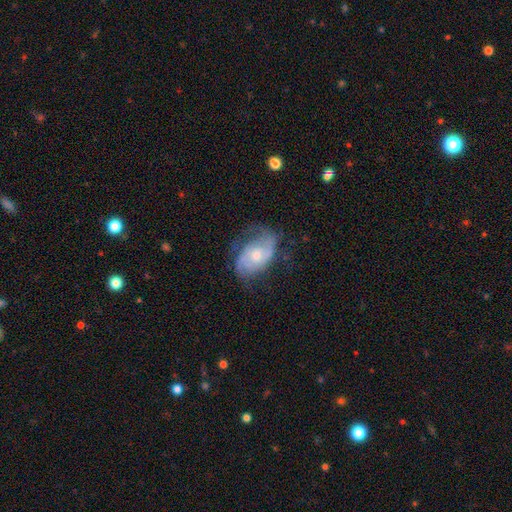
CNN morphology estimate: This appears to be a featured or disk galaxy (72%) with no bar (70%), 2 (60%) medium (41%) spiral arms (86%) and a moderate central bulge (53%). Merging: none (57%).